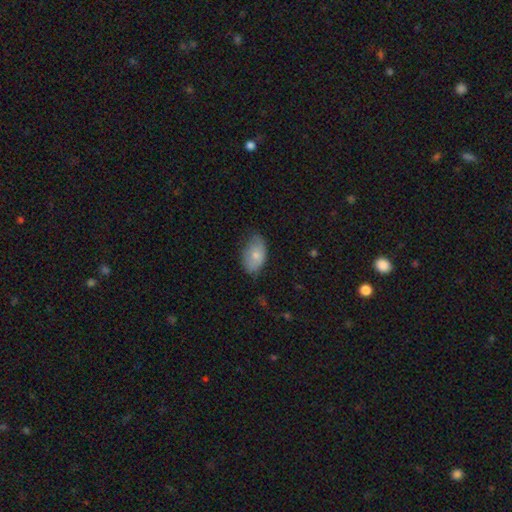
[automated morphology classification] Smooth or featured: smooth — 72% (featured or disk — 21%)
How rounded: in between — 91% (round — 7%)
Merging: none — 61% (minor disturbance — 32%)